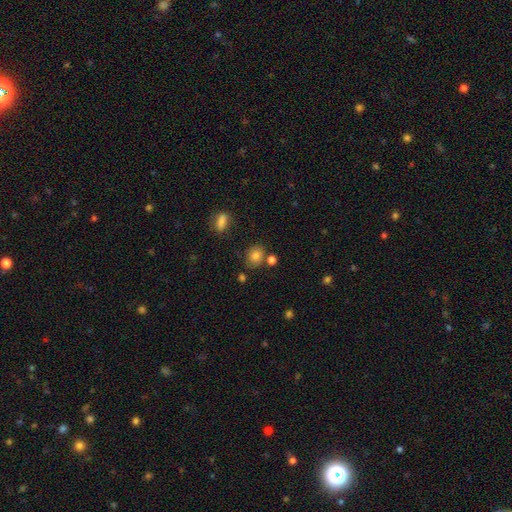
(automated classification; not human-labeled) This appears to be a smooth galaxy with no disk features (80%) that is round (58%). Merging: none (73%).